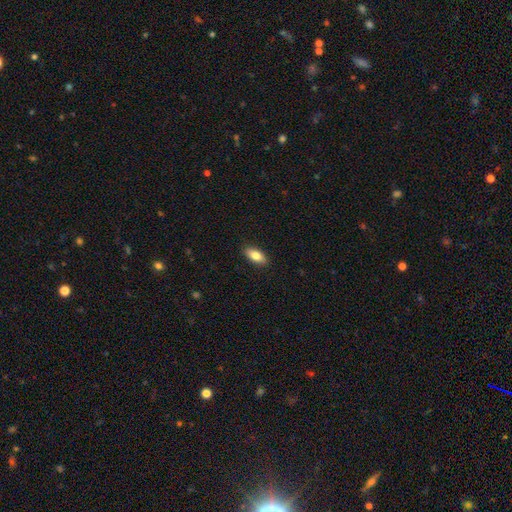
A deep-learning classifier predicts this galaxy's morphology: Smooth or featured? Predicted: smooth (p=0.82). How rounded? Predicted: in between (p=0.85). Merging? Predicted: none (p=0.89).